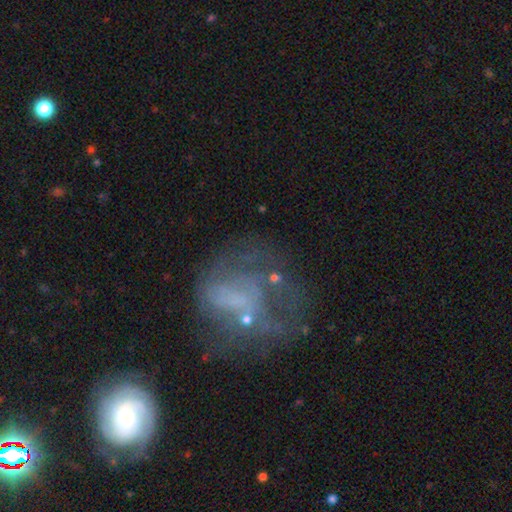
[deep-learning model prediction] This appears to be a featured or disk galaxy (54%) with no bar (75%), no spiral arms (63%) and no central bulge (57%). Merging: major disturbance (38%).